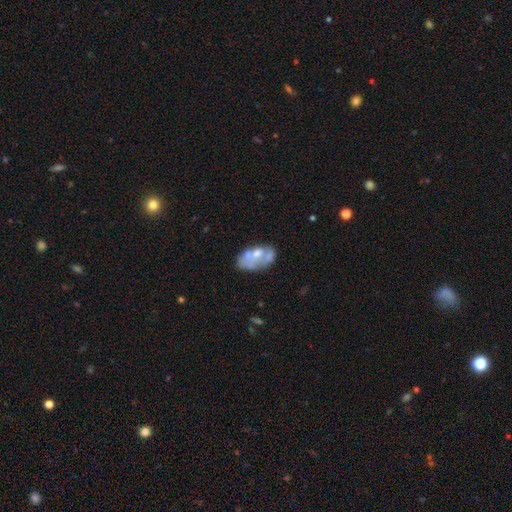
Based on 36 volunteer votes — smooth_or_featured: featured or disk (p=0.64) [alt: smooth p=0.33]
disk_edge_on: no (p=1.00)
bar: no (p=0.87) [alt: weak p=0.09]
has_spiral_arms: no (p=0.96) [alt: yes p=0.04]
bulge_size: none (p=0.39) [alt: moderate p=0.30]
merging: none (p=0.60) [alt: minor disturbance p=0.26]